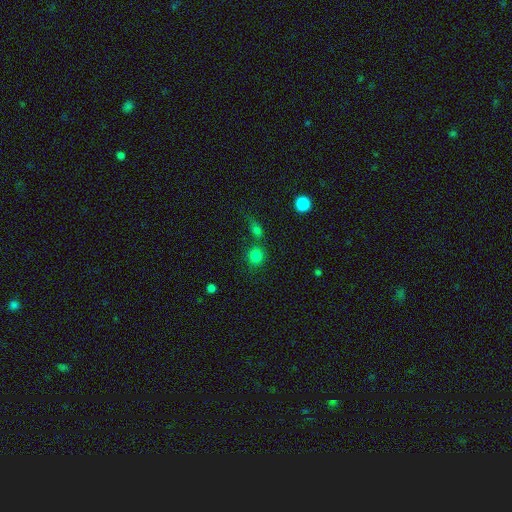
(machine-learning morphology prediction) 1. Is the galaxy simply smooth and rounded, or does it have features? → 81% smooth, 14% star or artifact, 6% featured or disk.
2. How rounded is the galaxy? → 86% round, 13% in between, 1% cigar-shaped.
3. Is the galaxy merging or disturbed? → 68% none, 17% merger, 10% minor disturbance, 5% major disturbance.